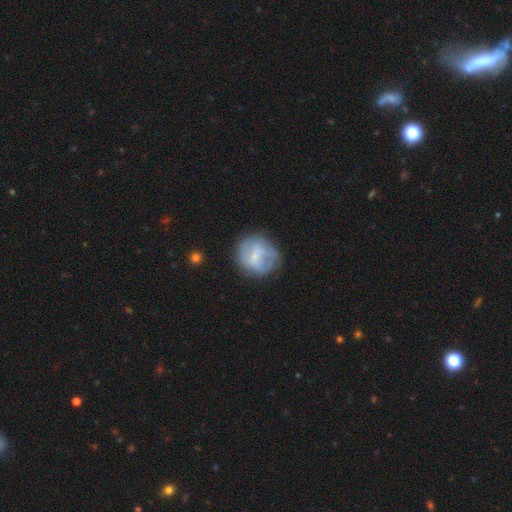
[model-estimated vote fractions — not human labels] A smooth galaxy with no disk features (52%) that is round (81%).

Vote fractions:
- Smooth or featured? smooth: 52% / featured or disk: 41% / star or artifact: 8%
- How rounded? round: 81% / in between: 18% / cigar-shaped: 1%
- Merging? none: 60% / minor disturbance: 23% / major disturbance: 14% / merger: 3%